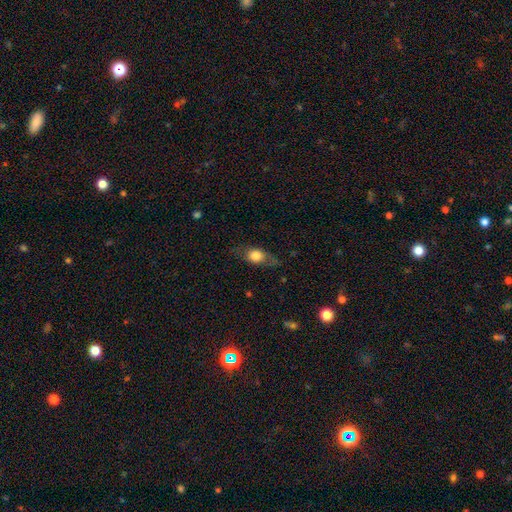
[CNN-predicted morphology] Smooth or featured?
  - smooth: 67% *
  - featured or disk: 25%
  - star or artifact: 8%
How rounded?
  - in between: 59% *
  - round: 30%
  - cigar-shaped: 11%
Merging?
  - none: 66% *
  - minor disturbance: 22%
  - major disturbance: 10%
  - merger: 2%